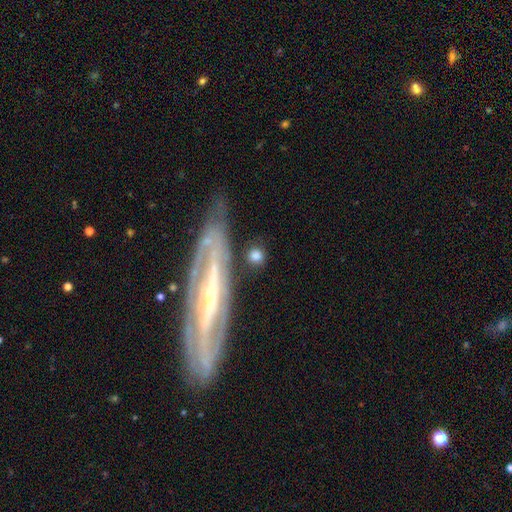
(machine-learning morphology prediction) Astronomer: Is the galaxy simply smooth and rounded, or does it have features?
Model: smooth — 71%.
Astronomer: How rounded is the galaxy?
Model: round — 76%.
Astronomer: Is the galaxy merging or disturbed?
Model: none — 72%.